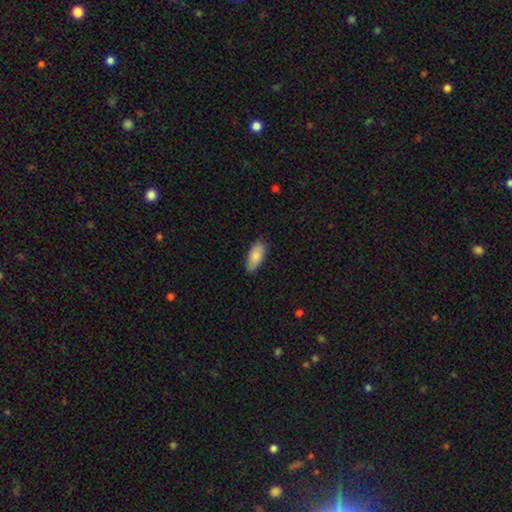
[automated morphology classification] Smooth or featured? smooth (86%)
How rounded? in between (87%)
Merging? none (85%)